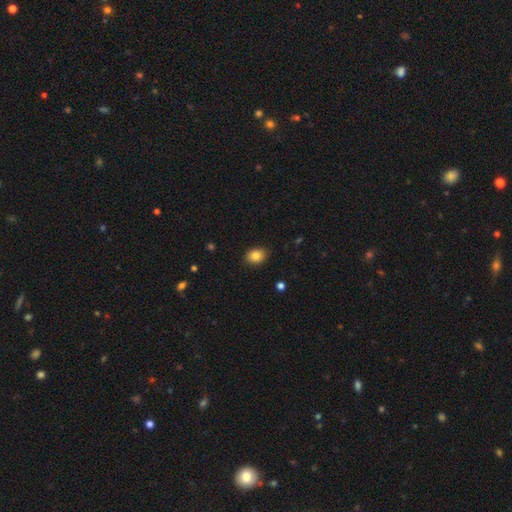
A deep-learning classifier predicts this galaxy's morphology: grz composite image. It shows a smooth galaxy with no disk features (84%) that is in between round and cigar-shaped (62%). Merging: none (87%).